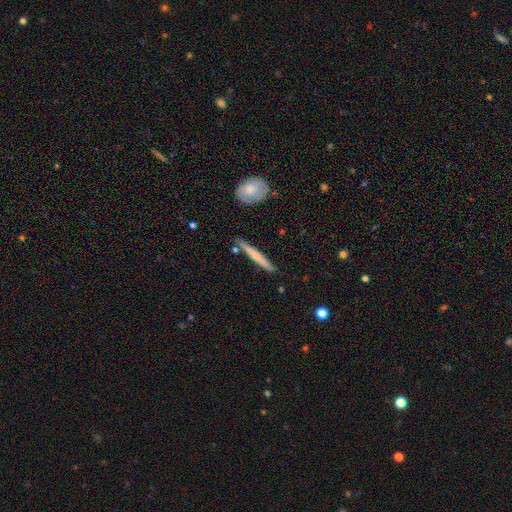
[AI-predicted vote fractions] This appears to be a featured or disk galaxy (50%). Merging: none (86%).